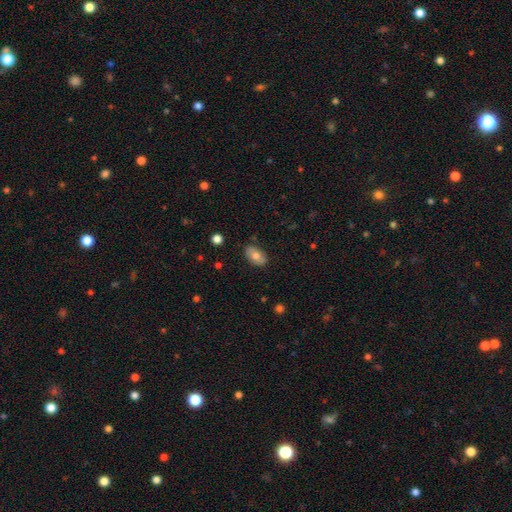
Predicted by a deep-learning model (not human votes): smooth-or-featured: smooth: 73% | featured or disk: 20% | star or artifact: 7%
  how-rounded: in between: 92% | round: 6% | cigar-shaped: 2%
  merging: none: 84% | minor disturbance: 12% | major disturbance: 2% | merger: 1%